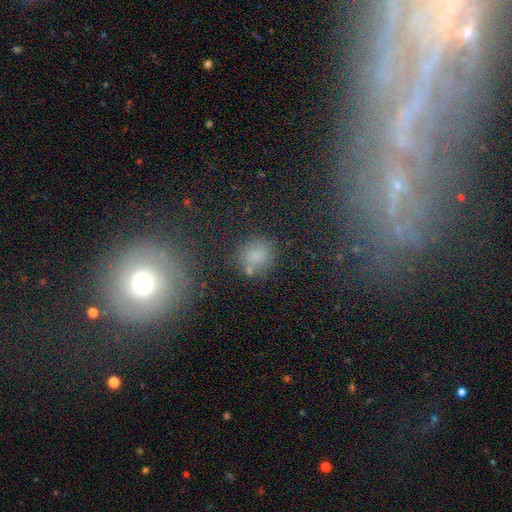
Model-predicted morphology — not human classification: Smooth or featured?
  - smooth: 73% *
  - star or artifact: 18%
  - featured or disk: 9%
How rounded?
  - round: 71% *
  - in between: 27%
  - cigar-shaped: 2%
Merging?
  - none: 71% *
  - minor disturbance: 14%
  - merger: 9%
  - major disturbance: 6%